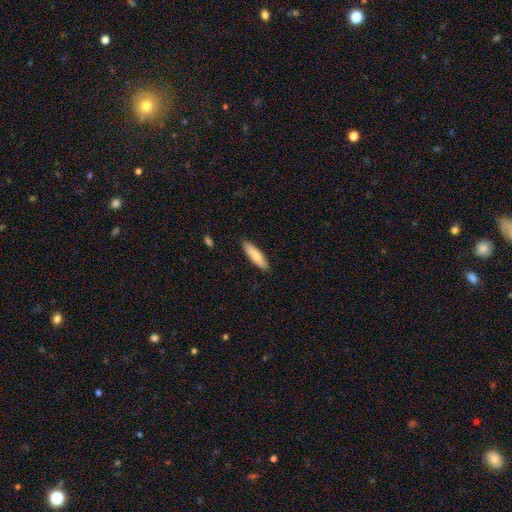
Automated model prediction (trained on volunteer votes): smooth-or-featured: smooth: 79% | featured or disk: 16% | star or artifact: 5%
  how-rounded: cigar-shaped: 64% | in between: 35% | round: 1%
  merging: none: 88% | minor disturbance: 9% | major disturbance: 2% | merger: 1%